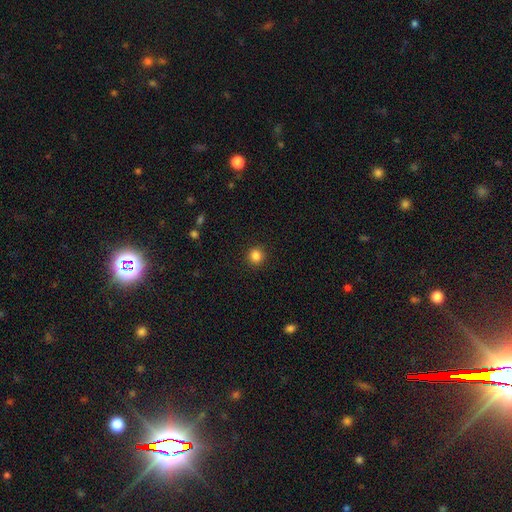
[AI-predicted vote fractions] A smooth galaxy with no disk features (85%) that is round (92%).

Vote fractions:
- Smooth or featured? smooth: 85% / star or artifact: 12% / featured or disk: 4%
- How rounded? round: 92% / in between: 7% / cigar-shaped: 1%
- Merging? none: 92% / minor disturbance: 5% / major disturbance: 2% / merger: 1%